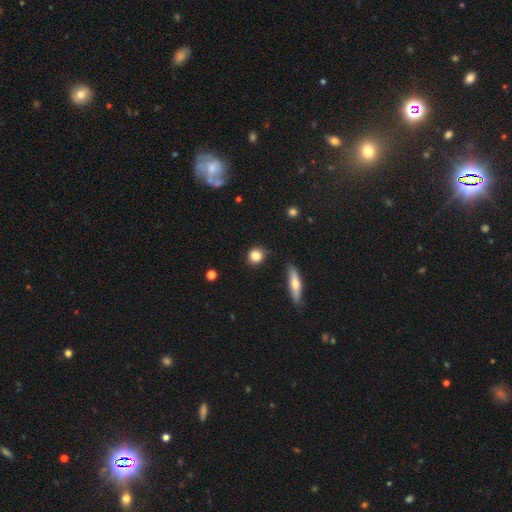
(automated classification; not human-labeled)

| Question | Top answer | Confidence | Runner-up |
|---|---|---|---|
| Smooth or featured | smooth | 83% | star or artifact (9%) |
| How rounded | round | 82% | in between (15%) |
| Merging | none | 82% | minor disturbance (13%) |